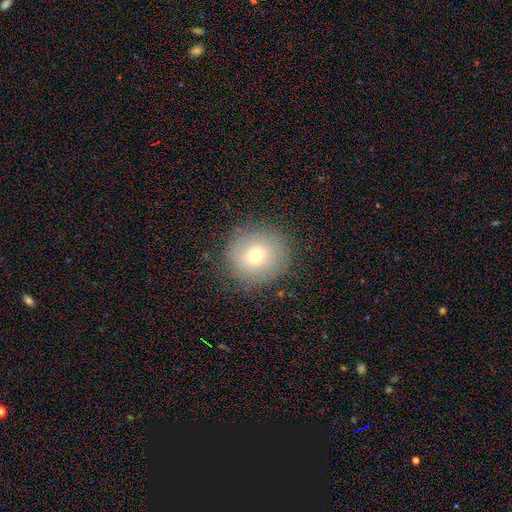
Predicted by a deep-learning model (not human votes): Smooth or featured: smooth — 65% (featured or disk — 22%)
How rounded: round — 93% (in between — 6%)
Merging: none — 84% (minor disturbance — 10%)